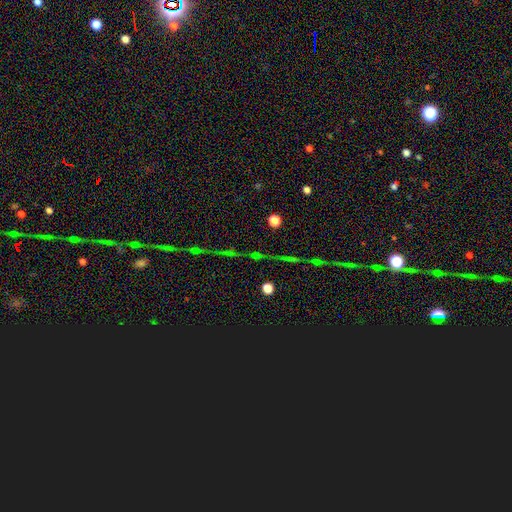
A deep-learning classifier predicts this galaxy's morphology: Q: Smooth or featured?
A: star or artifact (61%); runner-up: smooth (24%)